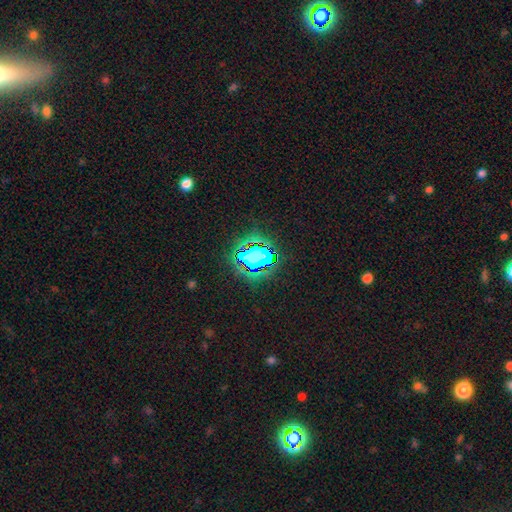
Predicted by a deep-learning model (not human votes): Smooth or featured? star or artifact (58%)